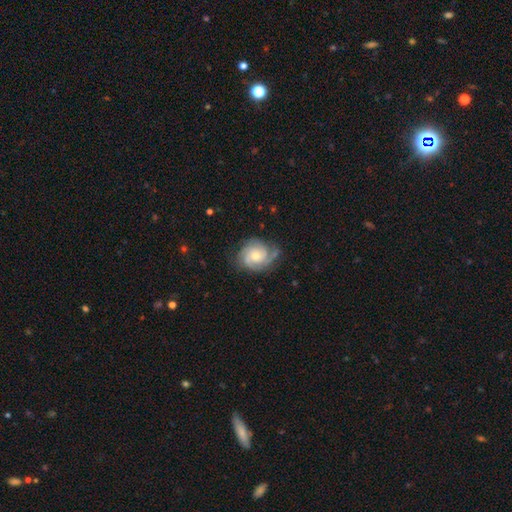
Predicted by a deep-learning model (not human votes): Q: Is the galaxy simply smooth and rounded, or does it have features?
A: featured or disk — 81%.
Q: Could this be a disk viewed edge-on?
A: no — 98%.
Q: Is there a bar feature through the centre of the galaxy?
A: no — 75%.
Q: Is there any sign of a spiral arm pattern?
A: yes — 96%.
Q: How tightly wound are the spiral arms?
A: tight — 57%.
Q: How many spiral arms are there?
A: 3 — 42%.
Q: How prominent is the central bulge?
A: moderate — 49%.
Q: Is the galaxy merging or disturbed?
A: none — 69%.